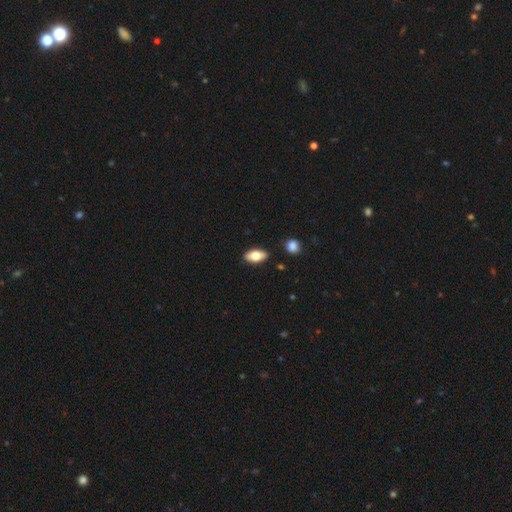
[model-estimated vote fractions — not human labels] Q: Smooth or featured?
A: smooth (74%); runner-up: featured or disk (20%)
Q: How rounded?
A: in between (89%); runner-up: cigar-shaped (6%)
Q: Merging?
A: none (87%); runner-up: minor disturbance (9%)